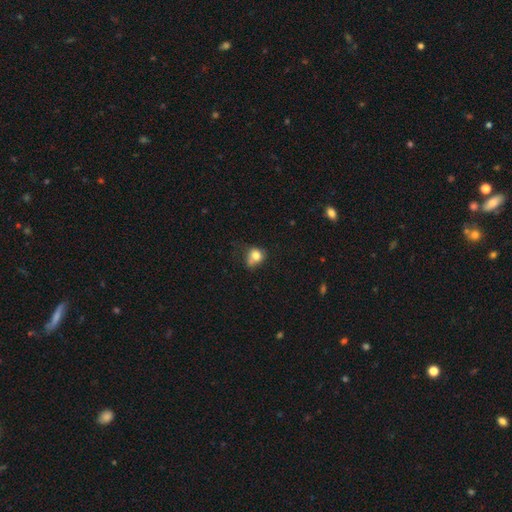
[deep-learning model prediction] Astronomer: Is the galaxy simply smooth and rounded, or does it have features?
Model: smooth — 78%.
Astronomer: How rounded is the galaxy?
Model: round — 64%.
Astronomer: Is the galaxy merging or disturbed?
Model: none — 38% (runner-up: minor disturbance, 32%).